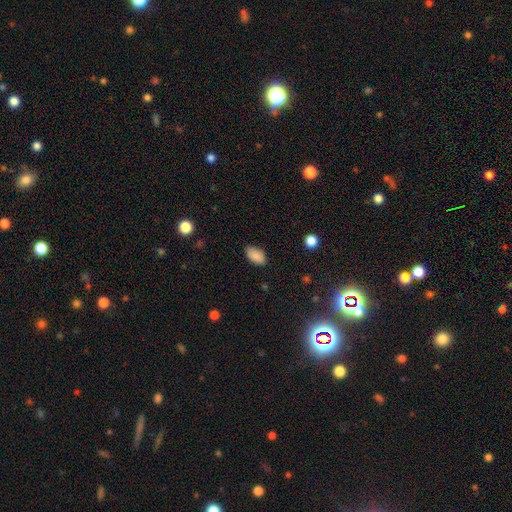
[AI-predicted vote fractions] Smooth or featured? smooth (88%)
How rounded? in between (93%)
Merging? none (80%)